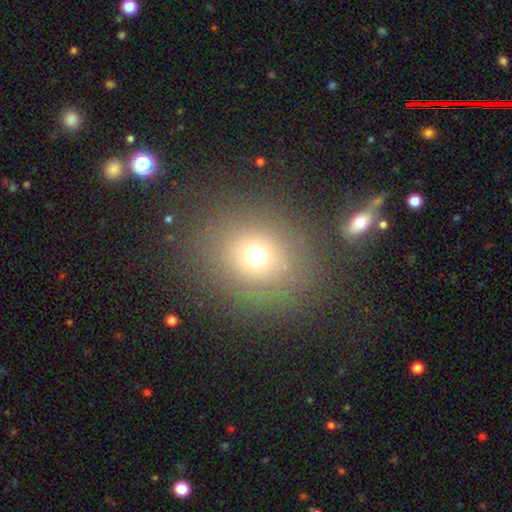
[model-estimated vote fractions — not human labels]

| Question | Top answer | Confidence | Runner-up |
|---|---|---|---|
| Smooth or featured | smooth | 70% | star or artifact (19%) |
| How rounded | round | 78% | in between (21%) |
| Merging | none | 79% | minor disturbance (9%) |